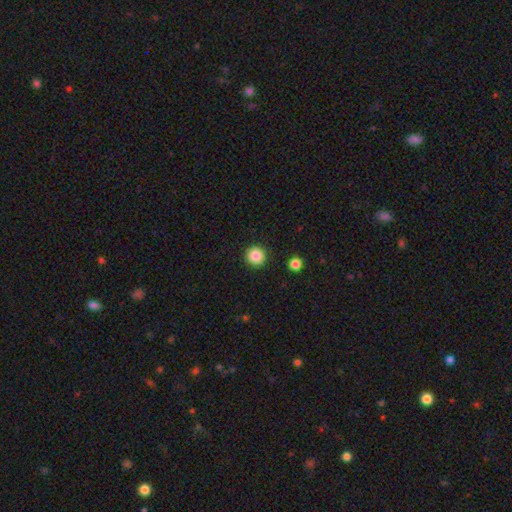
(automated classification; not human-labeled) smooth-or-featured: smooth: 86% | star or artifact: 10% | featured or disk: 4%
  how-rounded: round: 95% | in between: 4% | cigar-shaped: 1%
  merging: none: 92% | minor disturbance: 5% | major disturbance: 2% | merger: 1%